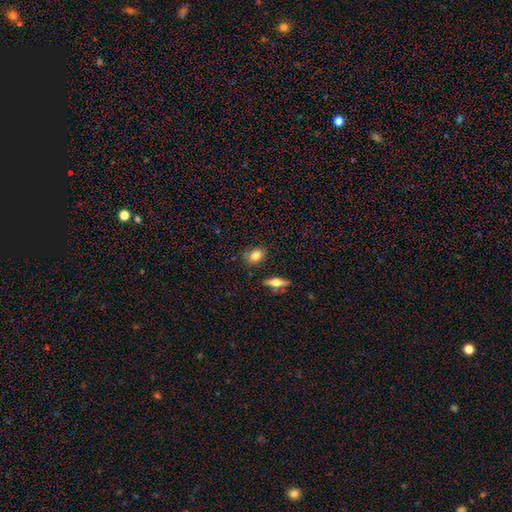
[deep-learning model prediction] Smooth or featured: smooth — 80% (featured or disk — 12%)
How rounded: in between — 67% (round — 29%)
Merging: none — 78% (minor disturbance — 14%)